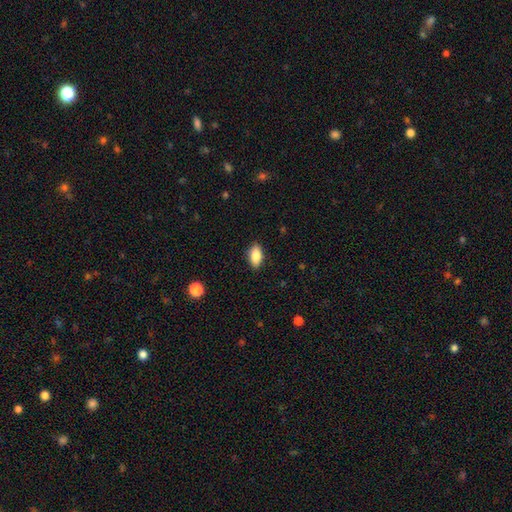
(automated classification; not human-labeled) This is clearly a smooth galaxy (81%). How rounded: clearly in between (88%). Merging: clearly none (88%).